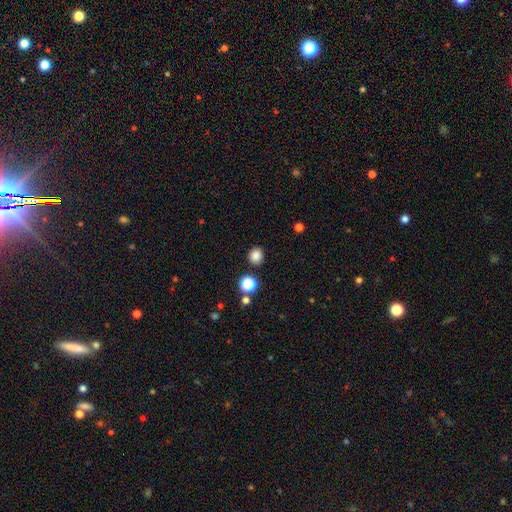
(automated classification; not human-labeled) Smooth or featured?
  - smooth: 84% *
  - star or artifact: 13%
  - featured or disk: 4%
How rounded?
  - round: 88% *
  - in between: 12%
  - cigar-shaped: 1%
Merging?
  - none: 88% *
  - minor disturbance: 7%
  - merger: 3%
  - major disturbance: 2%